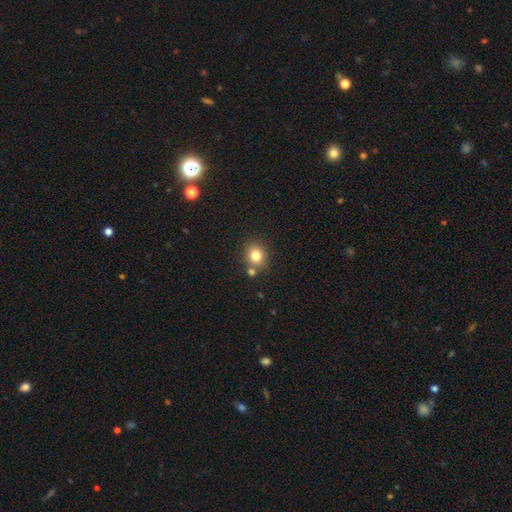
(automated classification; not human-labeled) Overall: smooth (80%). How rounded: round (80%). Merging: none (73%).